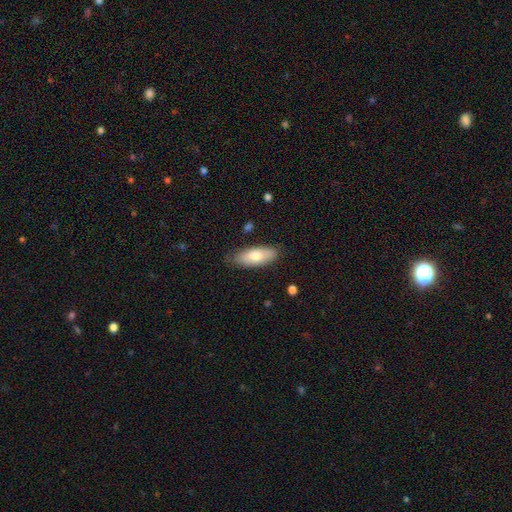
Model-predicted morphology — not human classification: smooth-or-featured: smooth: 73% | featured or disk: 21% | star or artifact: 6%
  how-rounded: in between: 79% | cigar-shaped: 19% | round: 2%
  merging: none: 80% | minor disturbance: 16% | major disturbance: 3% | merger: 1%